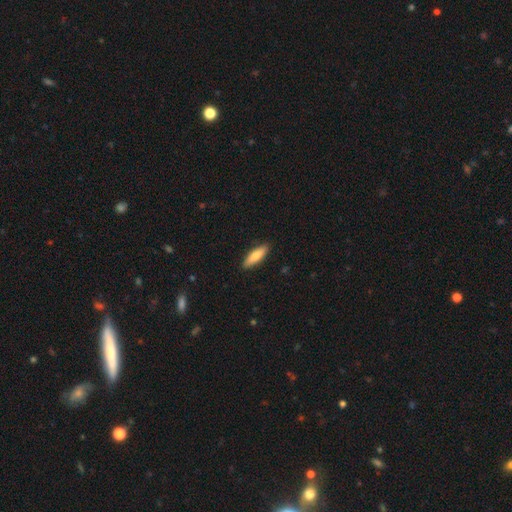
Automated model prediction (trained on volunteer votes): Smooth or featured: smooth — 79% (featured or disk — 16%)
How rounded: cigar-shaped — 64% (in between — 35%)
Merging: none — 89% (minor disturbance — 8%)